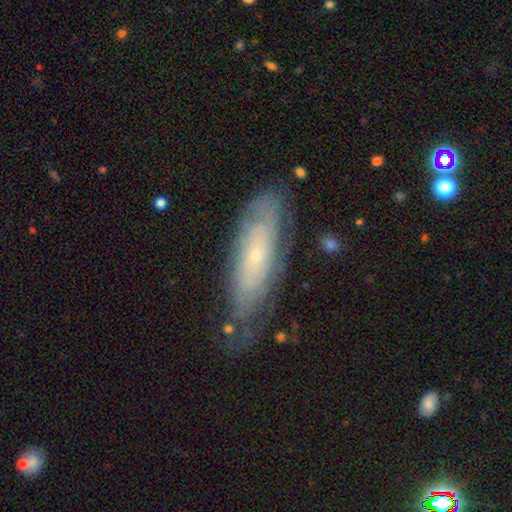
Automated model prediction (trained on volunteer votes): The model was most divided on "smooth or featured": featured or disk: 65%, smooth: 27%, star or artifact: 7%. More confident: bulge size — small (81%); bar — no (81%); edge-on disk — no (77%); spiral arms — yes (77%); merging — none (65%).